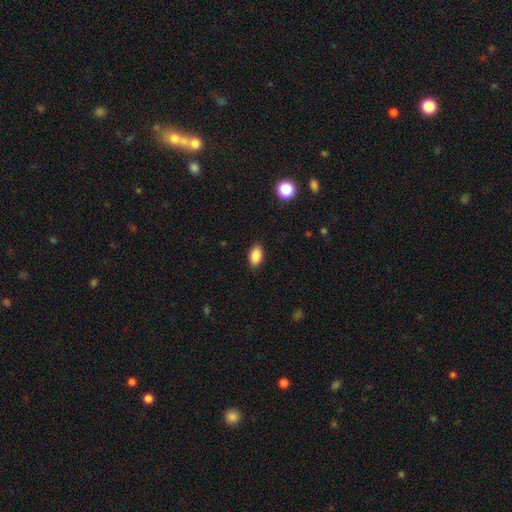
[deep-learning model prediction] smooth-or-featured: smooth: 89% | star or artifact: 8% | featured or disk: 3%
  how-rounded: in between: 93% | round: 5% | cigar-shaped: 2%
  merging: none: 89% | minor disturbance: 8% | major disturbance: 2% | merger: 1%